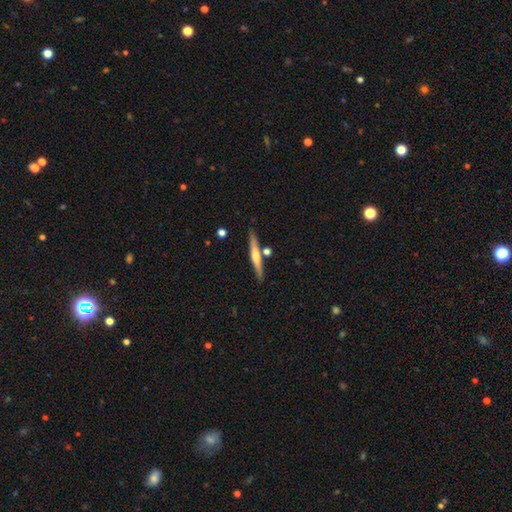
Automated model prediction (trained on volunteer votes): A featured or disk galaxy (51%) viewed edge-on (96%). Merging: none (82%).